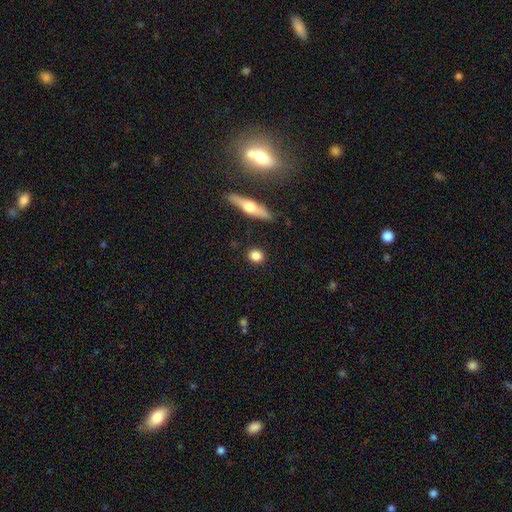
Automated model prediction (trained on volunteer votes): smooth 83%, featured or disk 10%, star or artifact 7%. Down the decision tree: how rounded — round (75%); merging — none (89%).